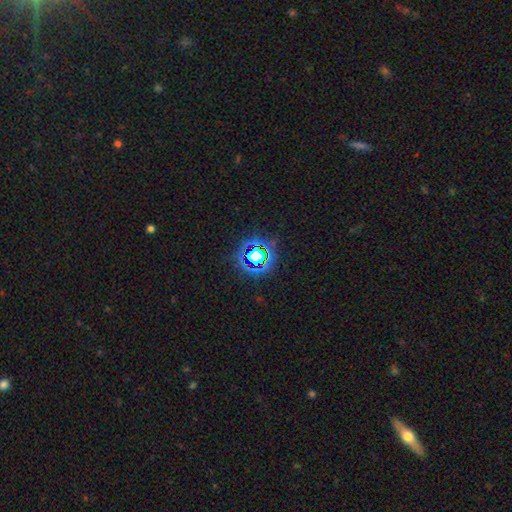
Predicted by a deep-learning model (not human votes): A star or artifact, not a galaxy (74%).